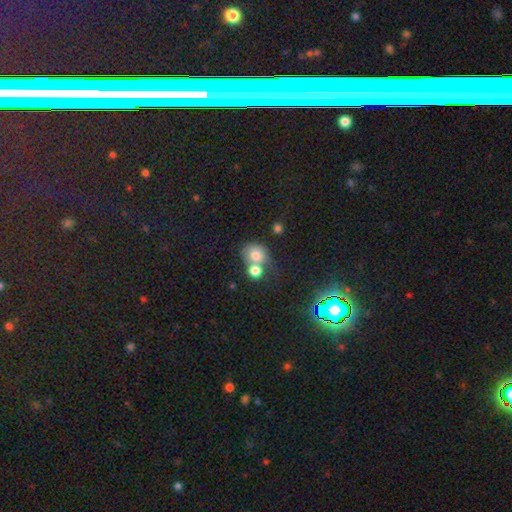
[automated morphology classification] smooth-or-featured: smooth: 75% | featured or disk: 14% | star or artifact: 11%
  how-rounded: round: 70% | in between: 29% | cigar-shaped: 1%
  merging: merger: 51% | none: 33% | minor disturbance: 10% | major disturbance: 6%